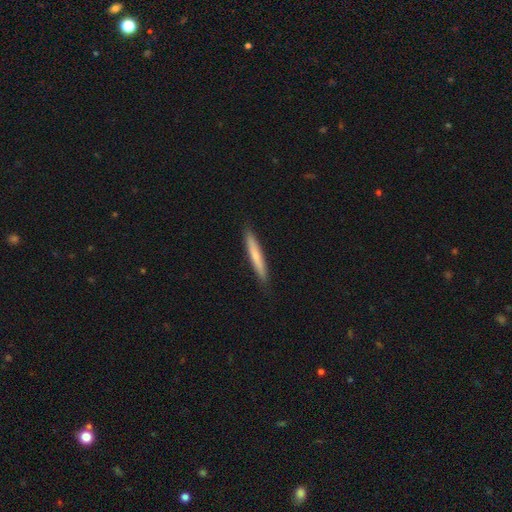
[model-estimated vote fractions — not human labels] Morphology: type=smooth (68%); roundness=cigar-shaped (95%); merging=none (90%).